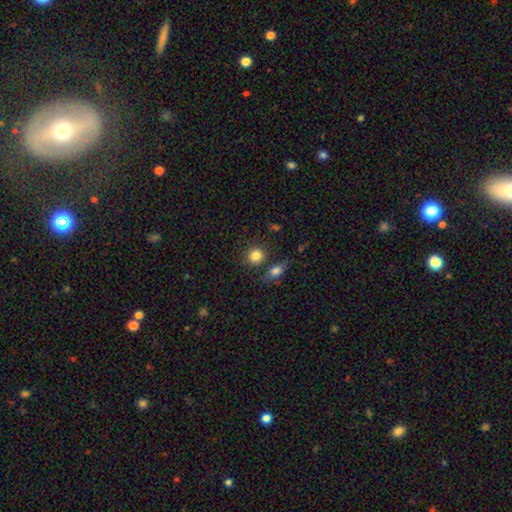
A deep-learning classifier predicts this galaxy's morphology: A smooth galaxy with no disk features (84%) that is round (88%). Merging: none (77%).